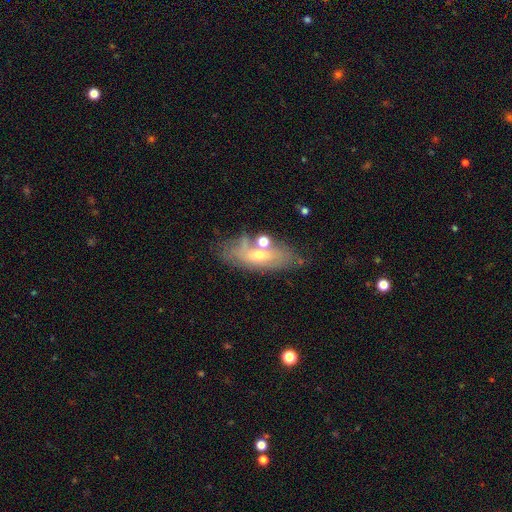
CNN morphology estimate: Smooth or featured?
  - featured or disk: 52% *
  - smooth: 35%
  - star or artifact: 13%
Edge-on disk?
  - no: 62% *
  - yes: 38%
Merging?
  - none: 69% *
  - minor disturbance: 17%
  - merger: 8%
  - major disturbance: 6%